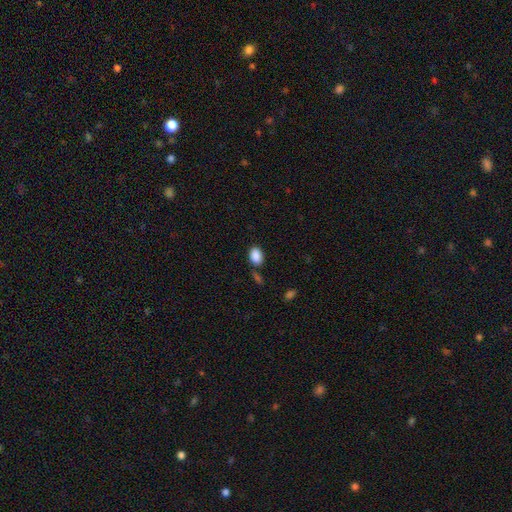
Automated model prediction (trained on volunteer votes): Smooth or featured? smooth (89%)
How rounded? in between (80%)
Merging? none (76%)